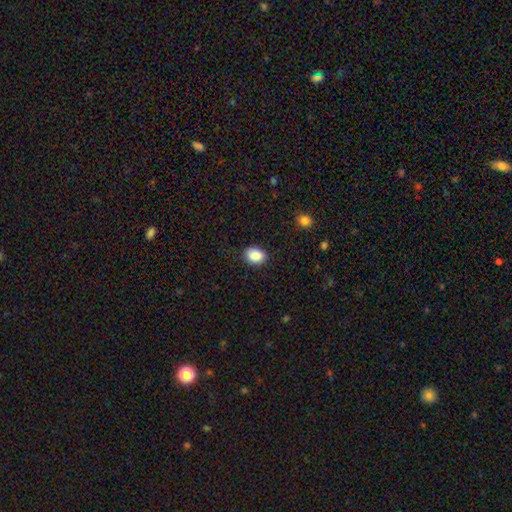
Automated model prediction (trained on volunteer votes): This appears to be a smooth galaxy with no disk features (88%) that is in between round and cigar-shaped (62%). Merging: none (85%).